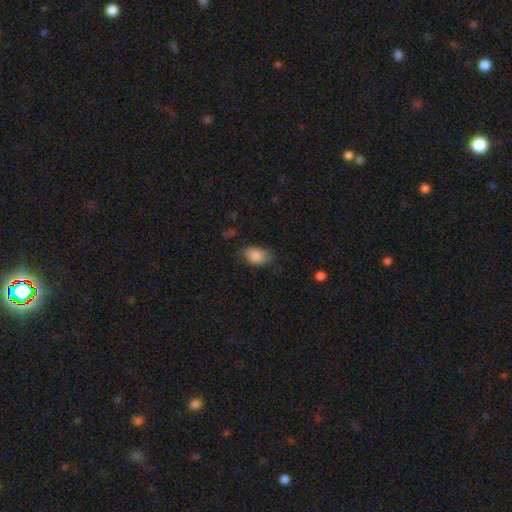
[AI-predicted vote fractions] smooth-or-featured: smooth: 86% | star or artifact: 8% | featured or disk: 6%
  how-rounded: in between: 83% | round: 16% | cigar-shaped: 1%
  merging: none: 64% | minor disturbance: 27% | major disturbance: 8% | merger: 2%